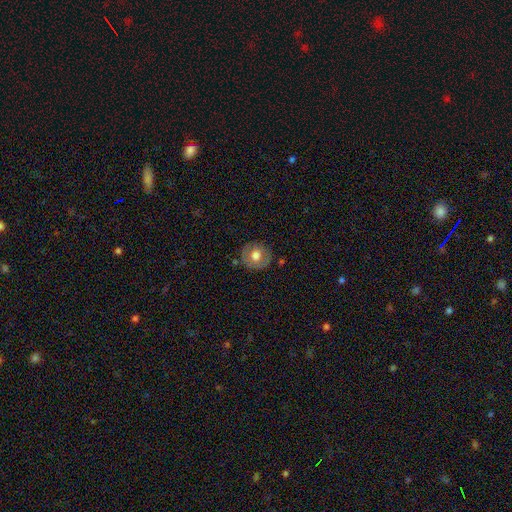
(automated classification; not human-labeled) Smooth or featured? Predicted: smooth (p=0.64). How rounded? Predicted: round (p=0.87). Merging? Predicted: none (p=0.80).